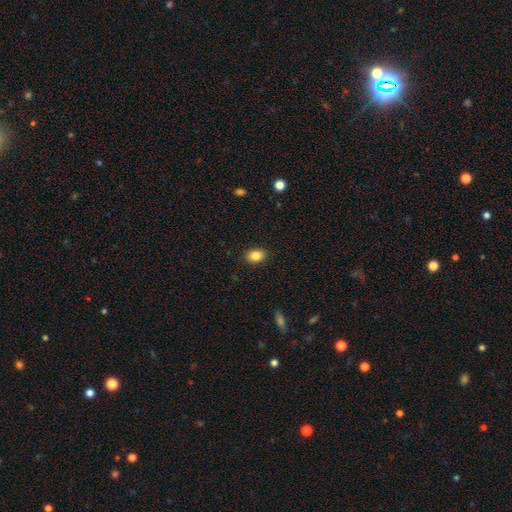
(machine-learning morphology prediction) Smooth or featured?
  - smooth: 85% *
  - star or artifact: 9%
  - featured or disk: 6%
How rounded?
  - in between: 70% *
  - round: 29%
  - cigar-shaped: 1%
Merging?
  - none: 89% *
  - minor disturbance: 8%
  - major disturbance: 2%
  - merger: 1%